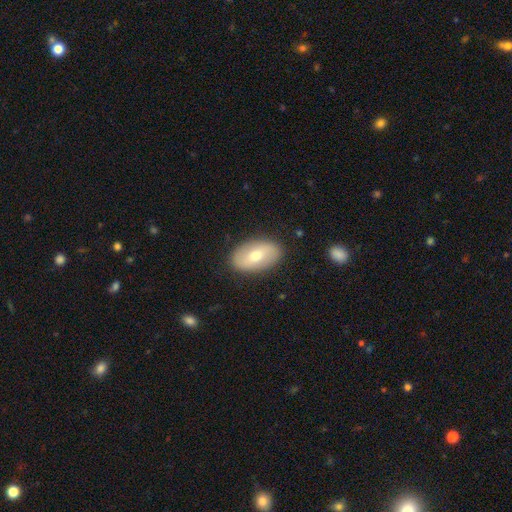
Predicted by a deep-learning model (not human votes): smooth-or-featured: smooth: 55% | featured or disk: 39% | star or artifact: 6%
  how-rounded: in between: 92% | round: 6% | cigar-shaped: 2%
  merging: none: 86% | minor disturbance: 10% | major disturbance: 3% | merger: 1%